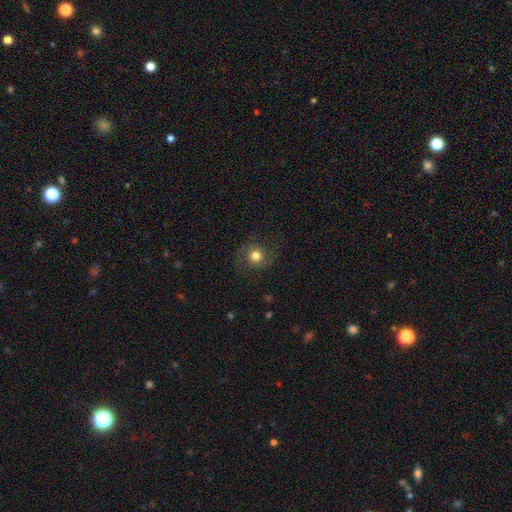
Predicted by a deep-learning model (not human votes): The model was most divided on "smooth or featured": smooth: 49%, featured or disk: 39%, star or artifact: 11%. More confident: merging — none (76%).